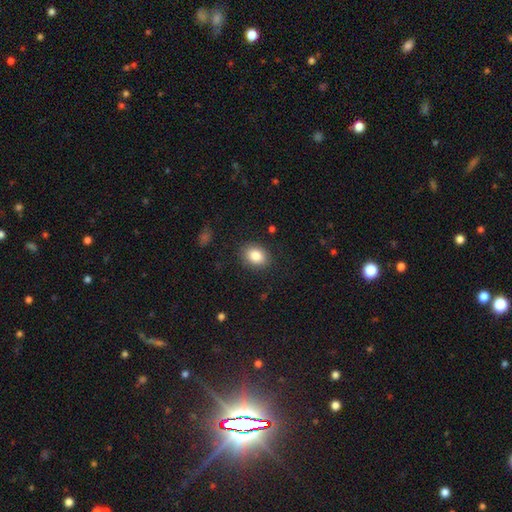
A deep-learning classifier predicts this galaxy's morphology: Smooth or featured? smooth (85%)
How rounded? in between (60%)
Merging? none (87%)